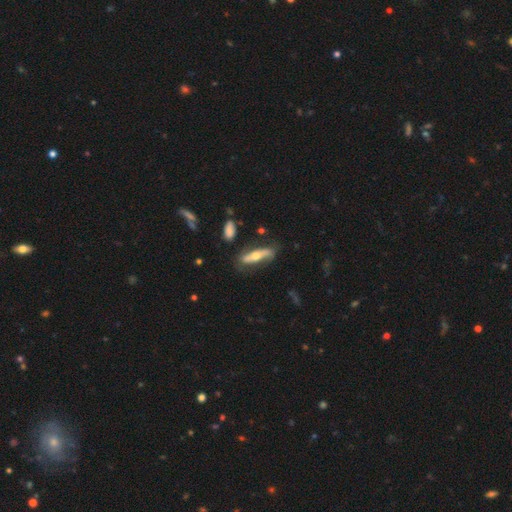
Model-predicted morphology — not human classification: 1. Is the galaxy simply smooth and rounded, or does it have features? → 59% featured or disk, 35% smooth, 6% star or artifact.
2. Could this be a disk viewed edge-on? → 57% yes, 43% no.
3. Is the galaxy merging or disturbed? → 70% none, 20% minor disturbance, 7% major disturbance, 3% merger.